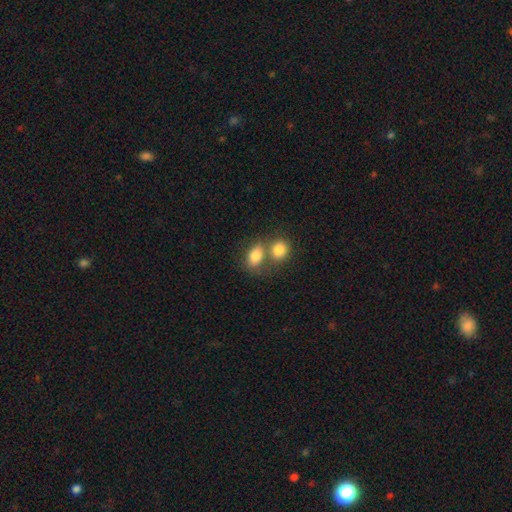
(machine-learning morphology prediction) Smooth or featured? smooth (82%)
How rounded? in between (75%)
Merging? merger (52%)